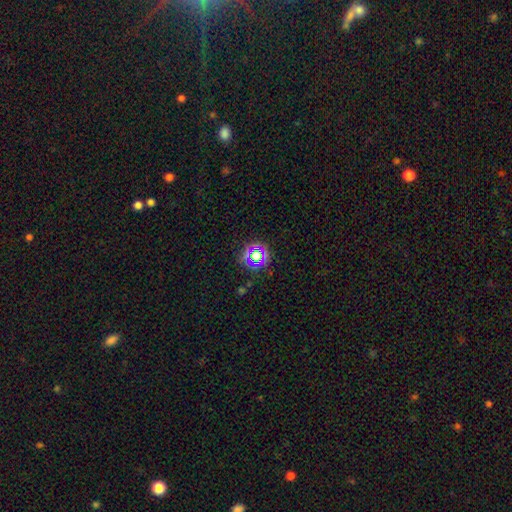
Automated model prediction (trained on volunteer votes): smooth_or_featured: star or artifact (p=0.64) [alt: smooth p=0.26]